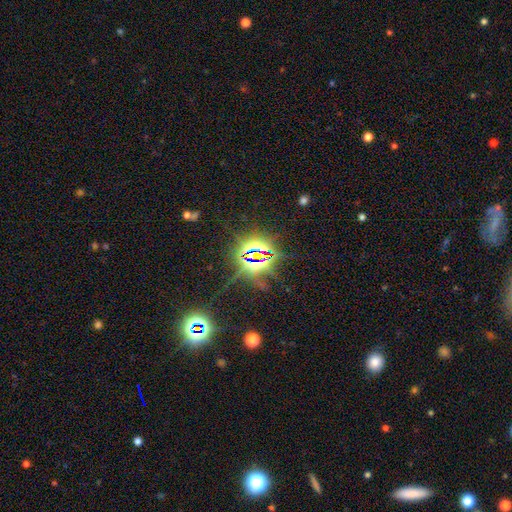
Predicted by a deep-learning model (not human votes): Morphology: type=star or artifact (84%).